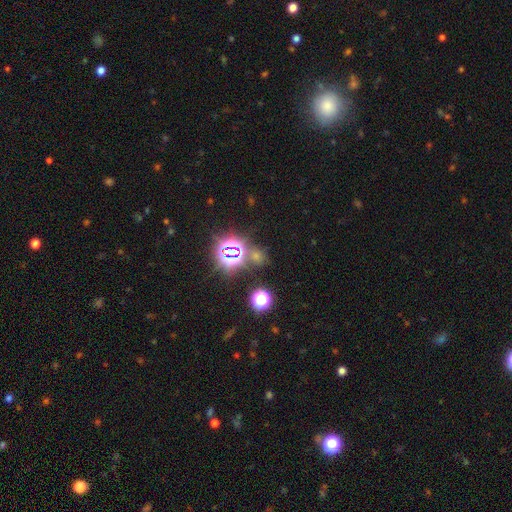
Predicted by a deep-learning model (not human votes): Overall: star or artifact (70%).